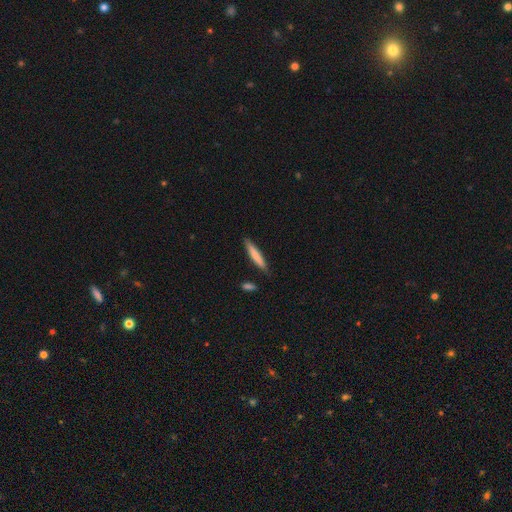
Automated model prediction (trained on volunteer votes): A smooth galaxy with no disk features (75%) that is cigar-shaped (93%).

Vote fractions:
- Smooth or featured? smooth: 75% / featured or disk: 20% / star or artifact: 5%
- How rounded? cigar-shaped: 93% / in between: 6% / round: 1%
- Merging? none: 86% / minor disturbance: 10% / merger: 2% / major disturbance: 2%